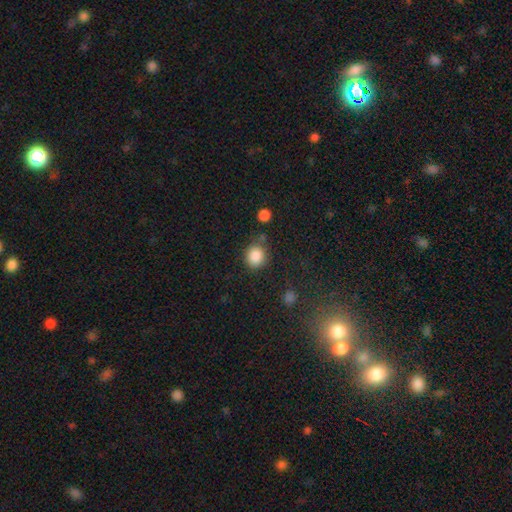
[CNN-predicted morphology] This is clearly a smooth galaxy (87%). How rounded: likely round (78%). Merging: likely none (76%).